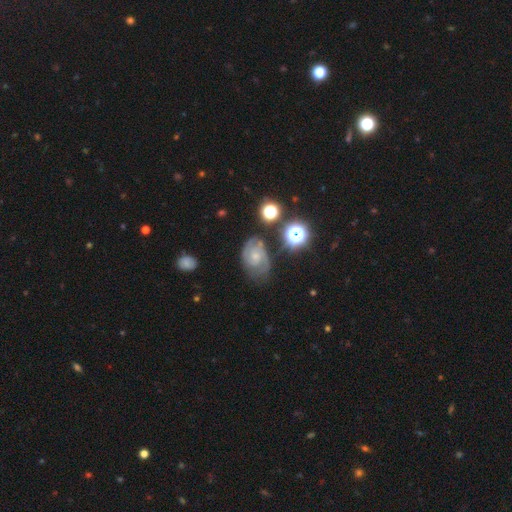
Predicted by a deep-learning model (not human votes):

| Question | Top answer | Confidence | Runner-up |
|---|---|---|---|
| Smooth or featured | featured or disk | 71% | smooth (17%) |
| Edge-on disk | no | 97% | yes (3%) |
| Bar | no | 67% | weak (29%) |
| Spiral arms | yes | 92% | no (8%) |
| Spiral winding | tight | 47% | medium (41%) |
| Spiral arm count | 2 | 55% | can't tell (23%) |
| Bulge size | small | 57% | moderate (34%) |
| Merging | none | 58% | minor disturbance (24%) |